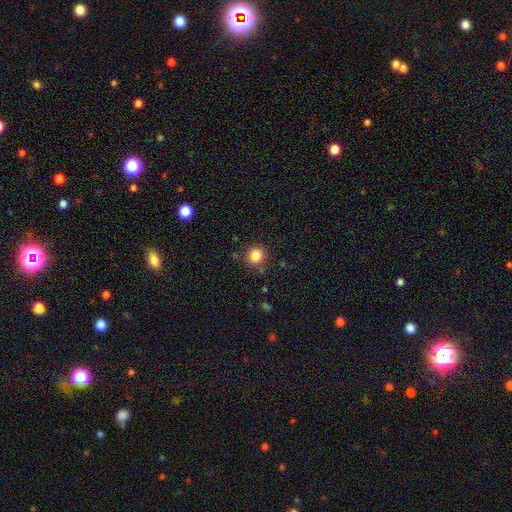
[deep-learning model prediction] The model was most divided on "how rounded": round: 84%, in between: 15%, cigar-shaped: 1%. More confident: merging — none (85%); smooth or featured — smooth (85%).